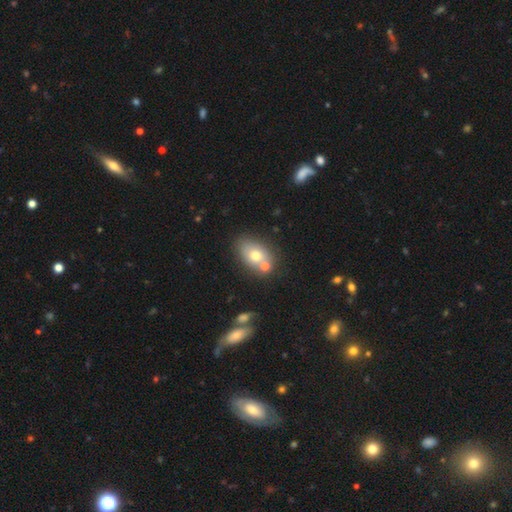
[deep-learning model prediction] This appears to be a smooth galaxy with no disk features (70%) that is in between round and cigar-shaped (77%). Merging: none (57%).